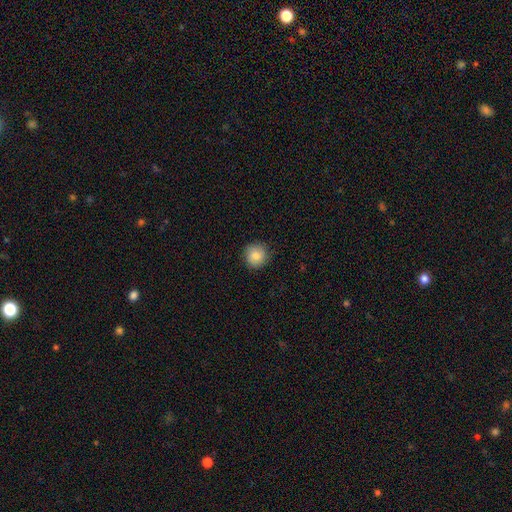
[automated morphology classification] The model was most divided on "smooth or featured": smooth: 83%, star or artifact: 9%, featured or disk: 8%. More confident: how rounded — round (92%); merging — none (88%).